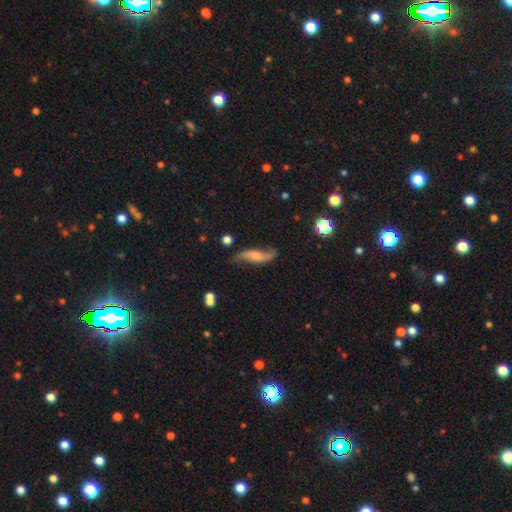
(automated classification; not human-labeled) Smooth or featured: featured or disk — 74% (smooth — 20%)
Edge-on disk: no — 85% (yes — 15%)
Bar: no — 57% (weak — 32%)
Spiral arms: yes — 93% (no — 7%)
Spiral winding: loose — 88% (medium — 9%)
Spiral arm count: 2 — 91% (can't tell — 3%)
Bulge size: small — 39% (moderate — 36%)
Merging: none — 66% (minor disturbance — 22%)